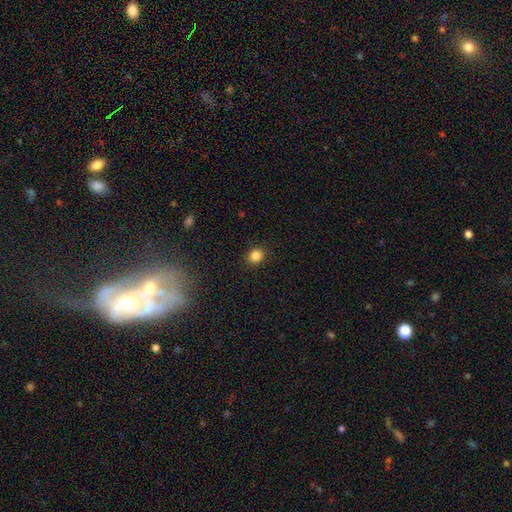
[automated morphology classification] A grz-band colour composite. It shows a smooth galaxy with no disk features (84%) that is round (72%). Merging: none (90%).